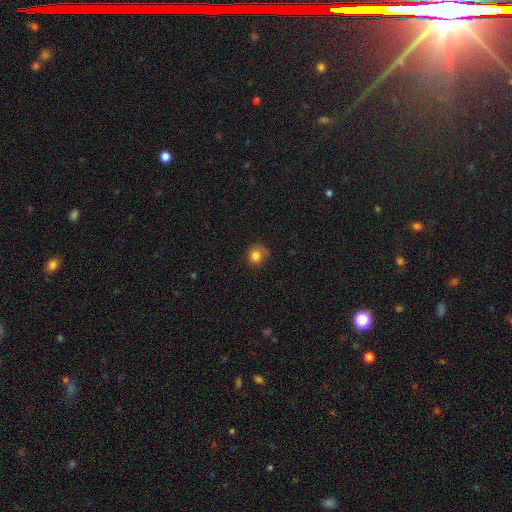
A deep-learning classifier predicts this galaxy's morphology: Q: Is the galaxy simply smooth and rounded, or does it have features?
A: smooth — 83%.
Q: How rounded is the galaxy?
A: round — 84%.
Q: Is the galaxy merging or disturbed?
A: none — 64%.